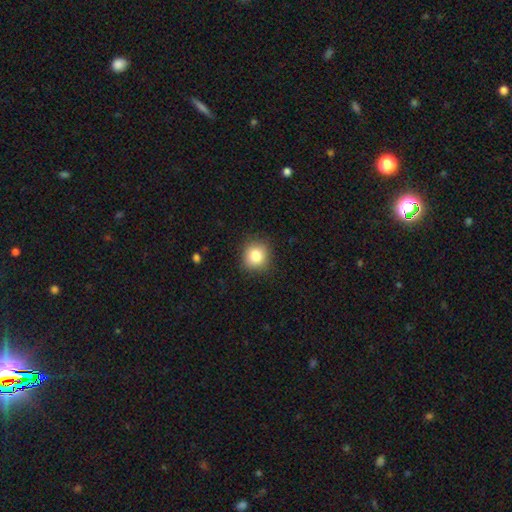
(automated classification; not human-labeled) Morphology: type=smooth (82%); roundness=round (86%); merging=none (86%).